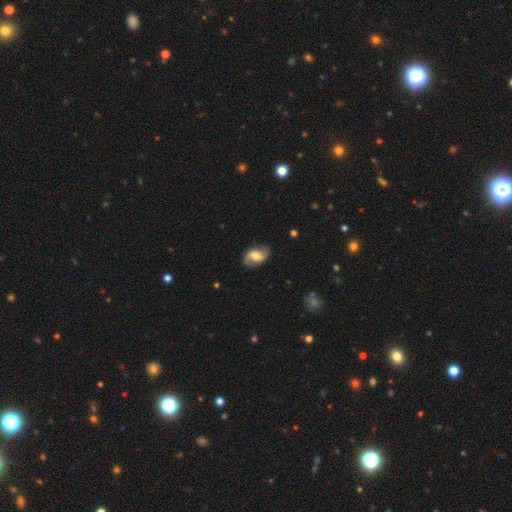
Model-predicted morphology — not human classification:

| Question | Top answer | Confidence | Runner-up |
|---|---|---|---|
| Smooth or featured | featured or disk | 59% | smooth (33%) |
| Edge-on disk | no | 95% | yes (5%) |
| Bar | weak | 47% | no (35%) |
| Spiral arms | yes | 86% | no (14%) |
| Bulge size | moderate | 53% | large (23%) |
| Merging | none | 78% | minor disturbance (16%) |